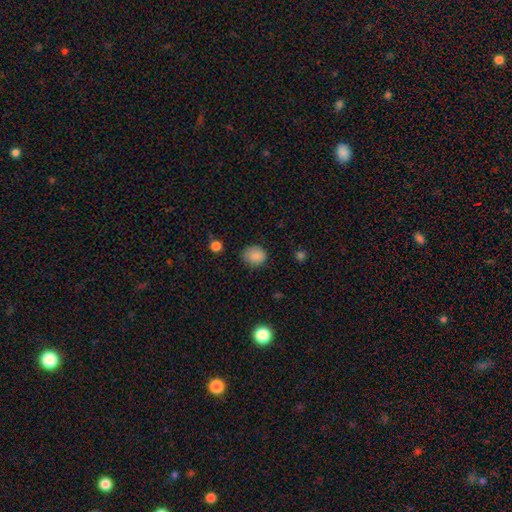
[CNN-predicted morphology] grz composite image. It shows a smooth galaxy with no disk features (86%) that is round (59%). Merging: none (76%).